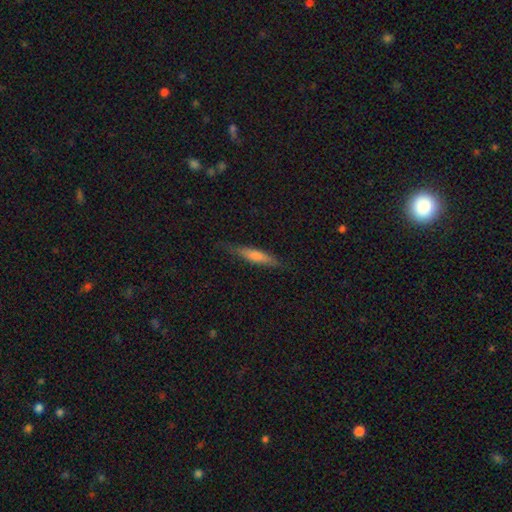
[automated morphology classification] This appears to be a featured or disk galaxy (49%). Merging: none (85%).